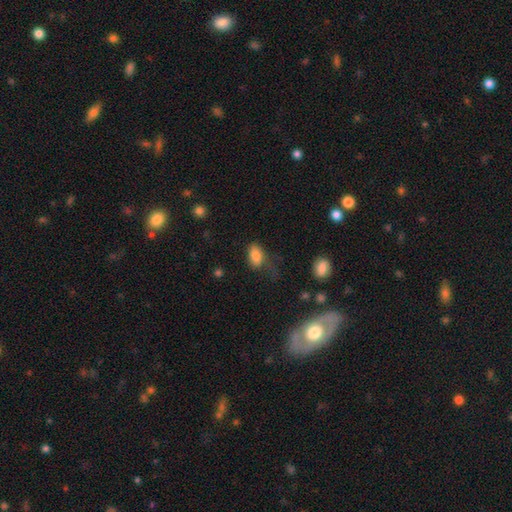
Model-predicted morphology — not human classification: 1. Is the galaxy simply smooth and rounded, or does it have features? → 83% smooth, 8% star or artifact, 8% featured or disk.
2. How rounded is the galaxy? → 91% in between, 6% round, 3% cigar-shaped.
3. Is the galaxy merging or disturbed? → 48% none, 28% minor disturbance, 21% major disturbance, 3% merger.